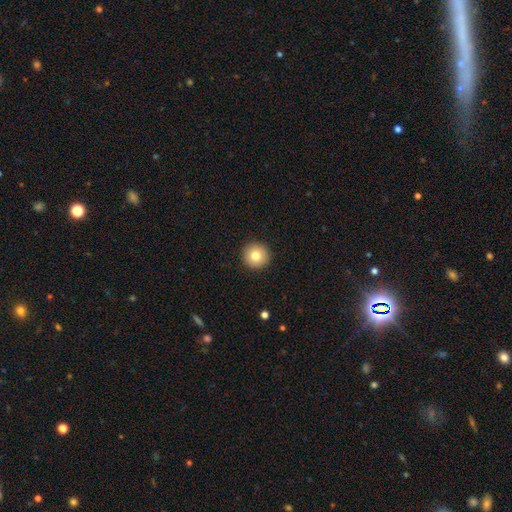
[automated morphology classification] Smooth or featured?
  - smooth: 80% *
  - featured or disk: 11%
  - star or artifact: 10%
How rounded?
  - round: 95% *
  - in between: 4%
  - cigar-shaped: 1%
Merging?
  - none: 93% *
  - minor disturbance: 5%
  - major disturbance: 2%
  - merger: 1%